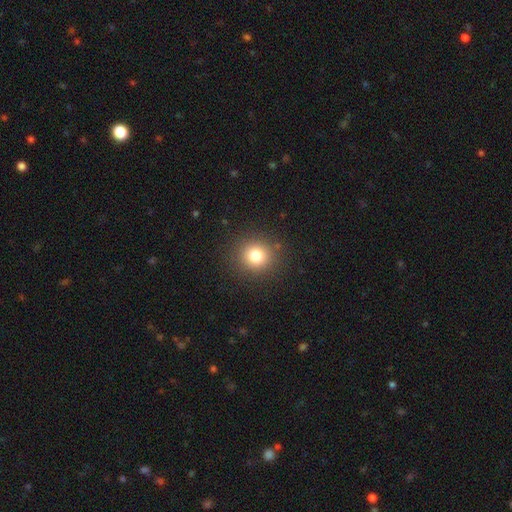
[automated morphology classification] smooth-or-featured: smooth: 79% | star or artifact: 13% | featured or disk: 8%
  how-rounded: round: 87% | in between: 12% | cigar-shaped: 1%
  merging: none: 89% | minor disturbance: 7% | major disturbance: 3% | merger: 1%